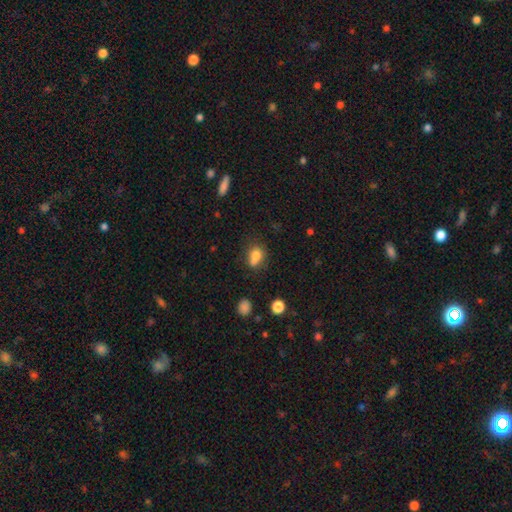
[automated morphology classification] A smooth galaxy with no disk features (74%) that is round (59%).

Vote fractions:
- Smooth or featured? smooth: 74% / featured or disk: 14% / star or artifact: 12%
- How rounded? round: 59% / in between: 40% / cigar-shaped: 1%
- Merging? merger: 45% / none: 36% / minor disturbance: 13% / major disturbance: 6%